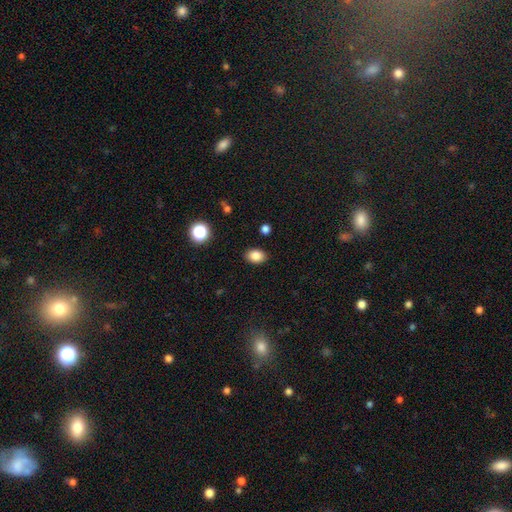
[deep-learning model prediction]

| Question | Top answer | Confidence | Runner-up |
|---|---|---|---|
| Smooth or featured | smooth | 85% | star or artifact (10%) |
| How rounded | in between | 76% | round (23%) |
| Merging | none | 88% | minor disturbance (9%) |